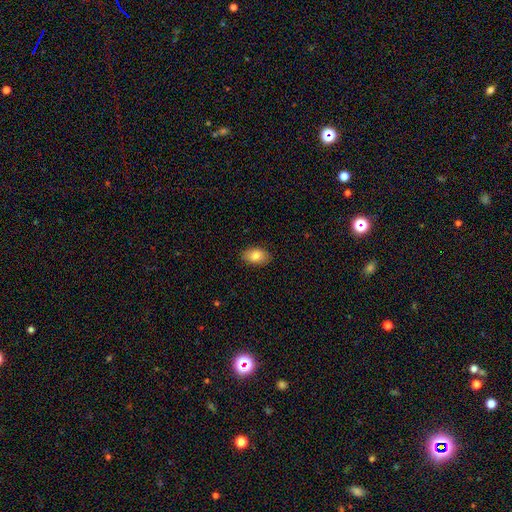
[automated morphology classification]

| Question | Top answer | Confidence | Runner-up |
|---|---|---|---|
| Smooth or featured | smooth | 83% | featured or disk (10%) |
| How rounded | in between | 90% | round (8%) |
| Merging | none | 88% | minor disturbance (9%) |